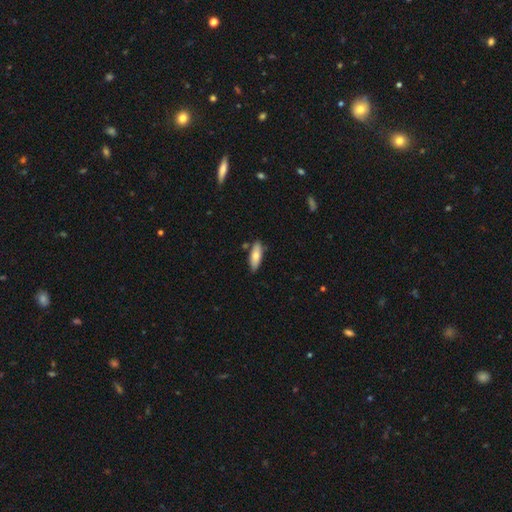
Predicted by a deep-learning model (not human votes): The model was most divided on "how rounded": in between: 64%, cigar-shaped: 34%, round: 2%. More confident: merging — none (80%); smooth or featured — smooth (72%).